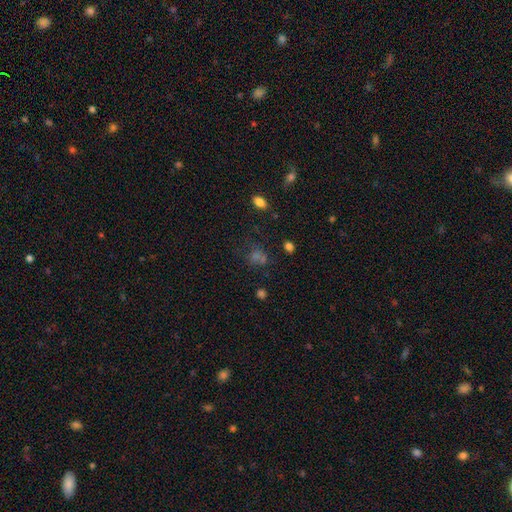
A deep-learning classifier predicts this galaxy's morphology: This is possibly a smooth galaxy (49%). Merging: likely none (60%).